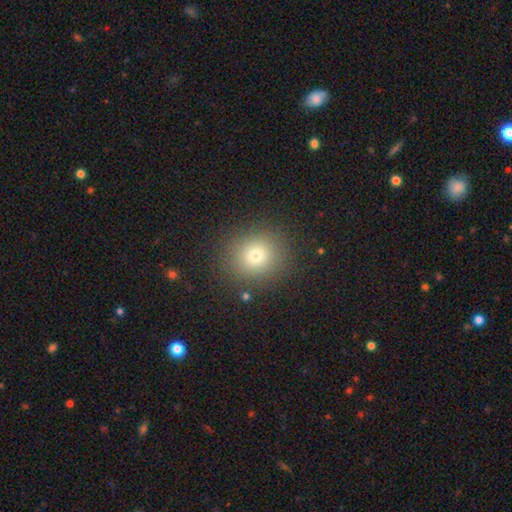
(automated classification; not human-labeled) Smooth or featured: smooth — 74% (star or artifact — 16%)
How rounded: round — 84% (in between — 15%)
Merging: none — 89% (minor disturbance — 7%)